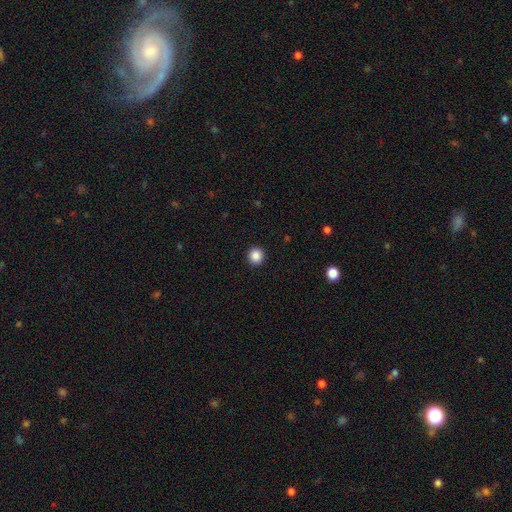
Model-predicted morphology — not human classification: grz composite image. It shows a smooth galaxy with no disk features (87%) that is round (94%). Merging: none (93%).